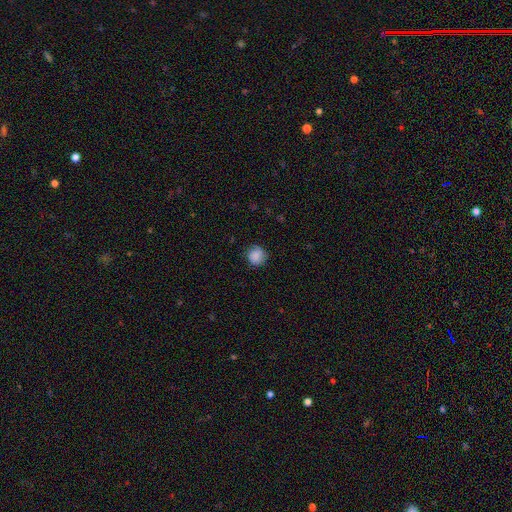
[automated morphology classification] This appears to be a smooth galaxy with no disk features (85%) that is round (89%). Merging: none (79%).